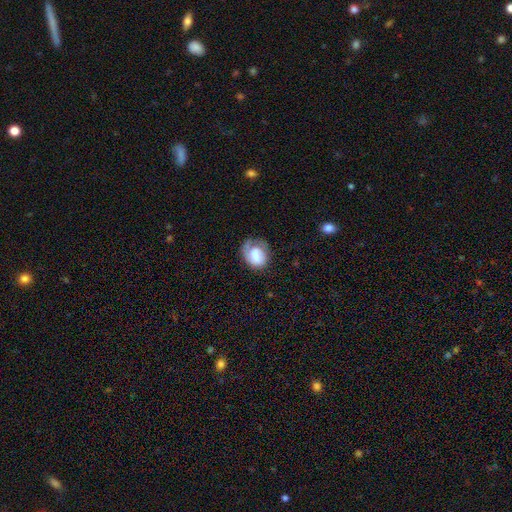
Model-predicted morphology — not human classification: The model was most divided on "how rounded": in between: 52%, round: 47%, cigar-shaped: 1%. Remaining: smooth or featured — smooth (58%); merging — none (46%).